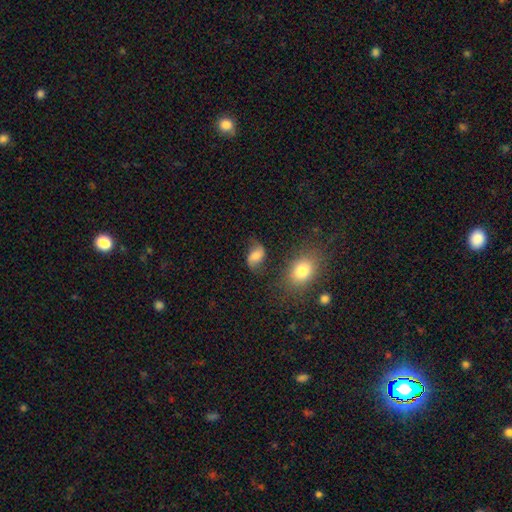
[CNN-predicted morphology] smooth 46%, featured or disk 43%, star or artifact 11%. Down the decision tree: merging — none (63%).